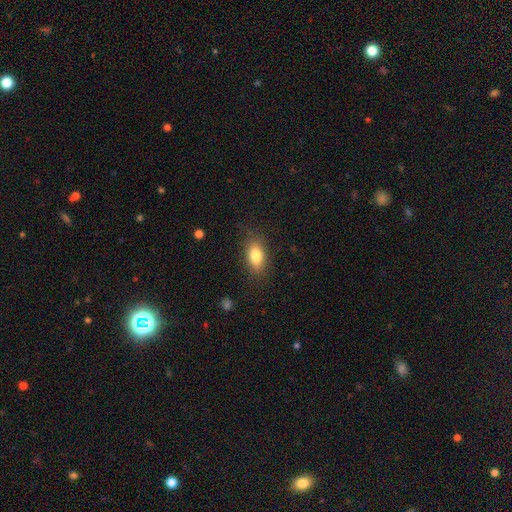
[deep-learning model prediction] This appears to be a smooth galaxy with no disk features (80%) that is in between round and cigar-shaped (85%). Merging: none (82%).